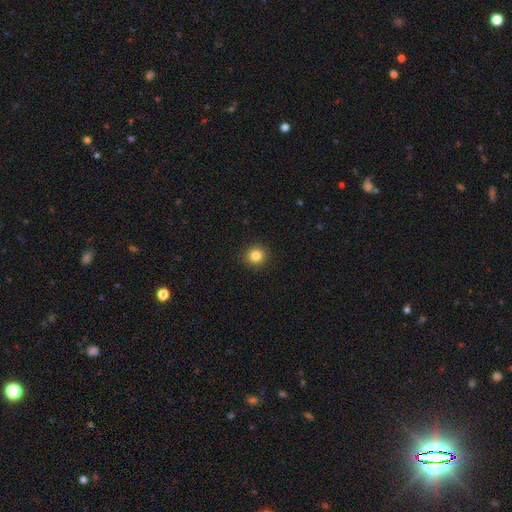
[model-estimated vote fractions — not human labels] Overall: smooth (83%). How rounded: round (92%). Merging: none (92%).